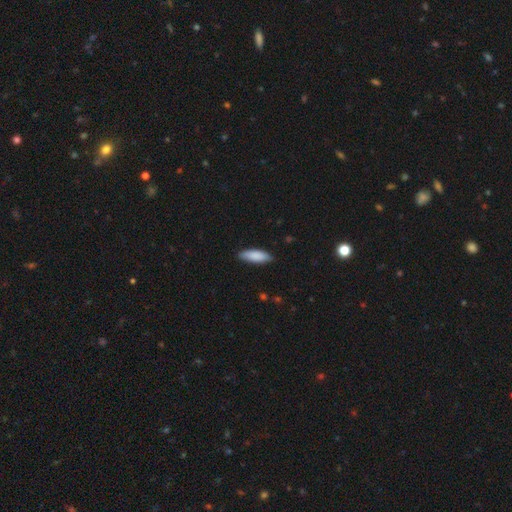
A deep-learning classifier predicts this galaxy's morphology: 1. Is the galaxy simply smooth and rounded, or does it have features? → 87% smooth, 8% featured or disk, 5% star or artifact.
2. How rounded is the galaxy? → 61% in between, 37% cigar-shaped, 2% round.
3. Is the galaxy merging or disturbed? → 84% none, 13% minor disturbance, 2% major disturbance, 1% merger.